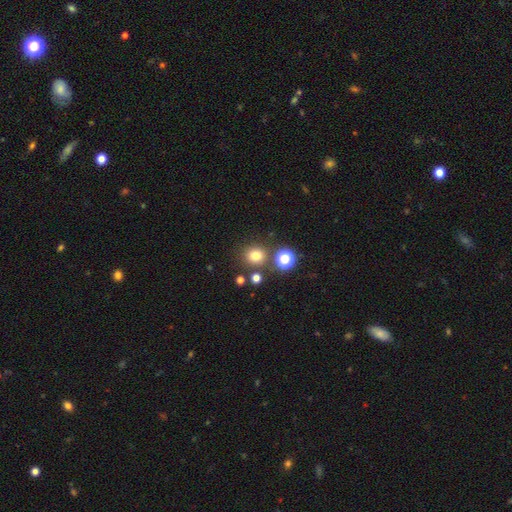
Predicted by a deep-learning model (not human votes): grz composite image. It shows a smooth galaxy with no disk features (74%) that is round (86%). Merging: none (79%).